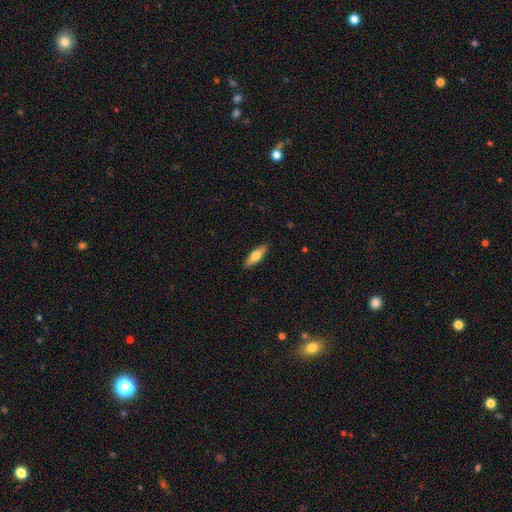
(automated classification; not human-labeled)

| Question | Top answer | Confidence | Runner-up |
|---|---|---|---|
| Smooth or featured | smooth | 66% | featured or disk (28%) |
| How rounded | in between | 52% | cigar-shaped (46%) |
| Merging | none | 89% | minor disturbance (9%) |